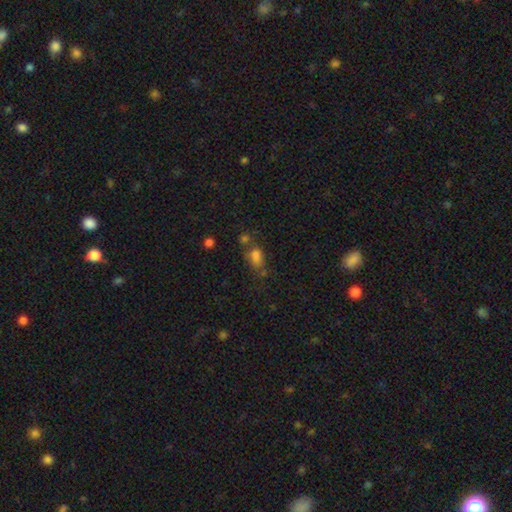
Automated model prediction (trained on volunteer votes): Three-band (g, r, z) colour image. It shows a smooth galaxy with no disk features (71%) that is in between round and cigar-shaped (77%). Merging: none (38%).